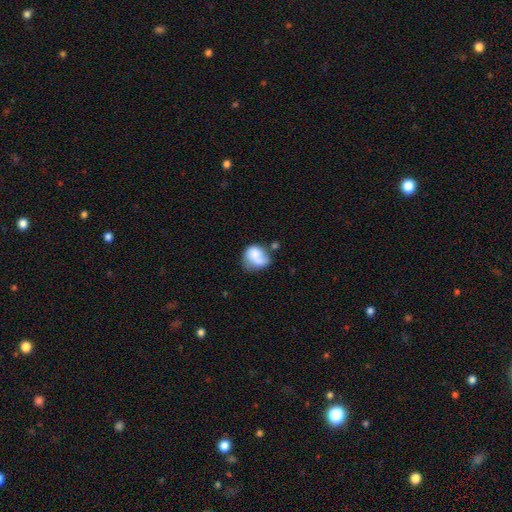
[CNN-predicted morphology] A smooth galaxy with no disk features (66%) that is round (59%).

Vote fractions:
- Smooth or featured? smooth: 66% / featured or disk: 26% / star or artifact: 8%
- How rounded? round: 59% / in between: 40% / cigar-shaped: 1%
- Merging? none: 34% / minor disturbance: 28% / major disturbance: 20% / merger: 18%